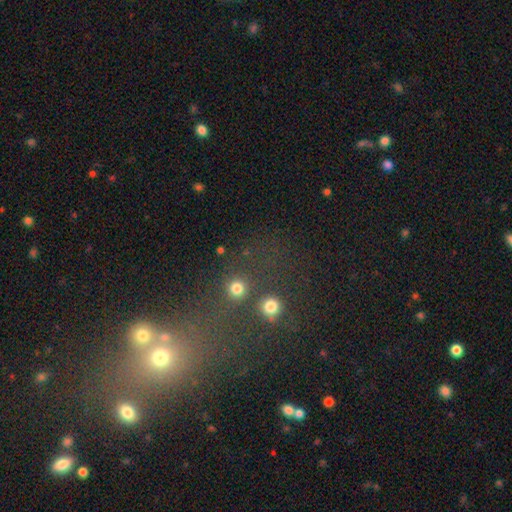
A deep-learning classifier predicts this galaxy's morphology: type=star or artifact (55%).